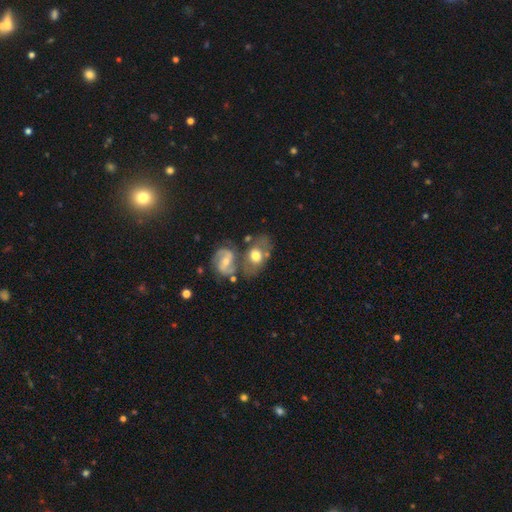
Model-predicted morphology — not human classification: A featured or disk galaxy (50%). Merging: none (41%).